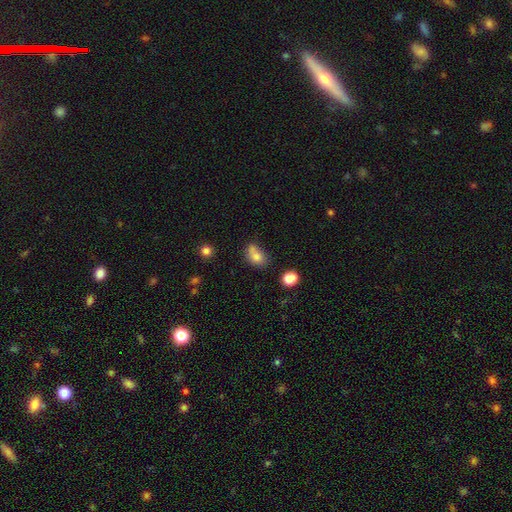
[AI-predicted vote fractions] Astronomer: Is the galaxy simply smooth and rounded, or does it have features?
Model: smooth — 75%.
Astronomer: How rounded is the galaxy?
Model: in between — 65%.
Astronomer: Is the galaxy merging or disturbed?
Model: none — 37% (runner-up: merger, 35%).